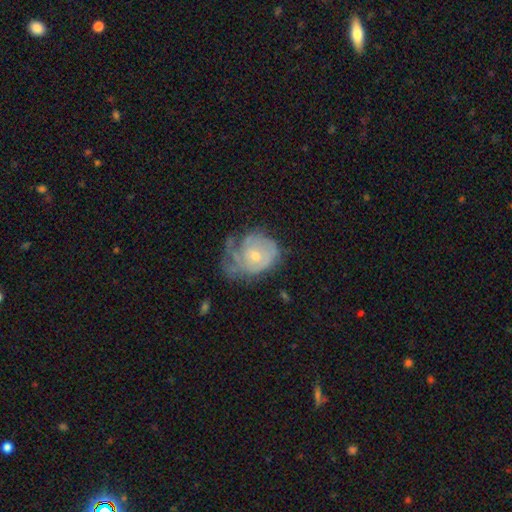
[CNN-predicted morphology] Smooth or featured? Predicted: featured or disk (p=0.70). Edge-on disk? Predicted: no (p=0.97). Bar? Predicted: no (p=0.77). Spiral arms? Predicted: yes (p=0.81). Spiral winding? Predicted: tight (p=0.57). Spiral arm count? Predicted: can't tell (p=0.41). Bulge size? Predicted: small (p=0.55). Merging? Predicted: none (p=0.36).